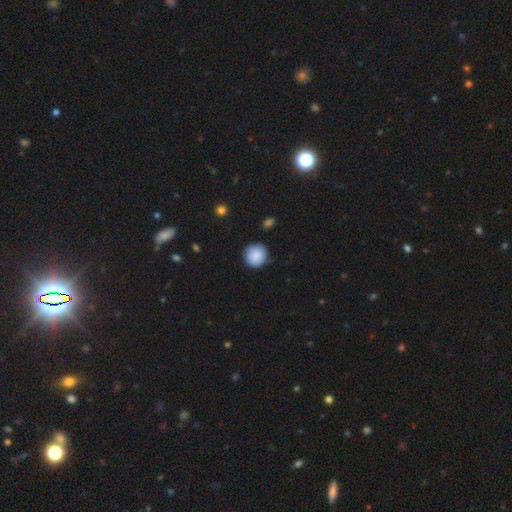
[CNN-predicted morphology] Smooth or featured? Predicted: smooth (p=0.89). How rounded? Predicted: round (p=0.94). Merging? Predicted: none (p=0.87).